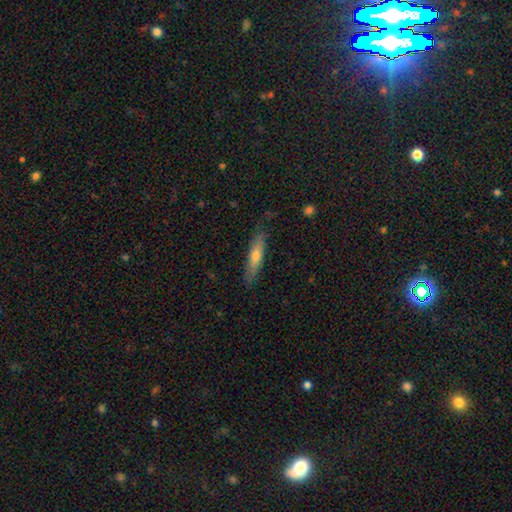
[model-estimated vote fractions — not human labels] Smooth or featured? Predicted: smooth (p=0.56). How rounded? Predicted: cigar-shaped (p=0.82). Merging? Predicted: none (p=0.81).